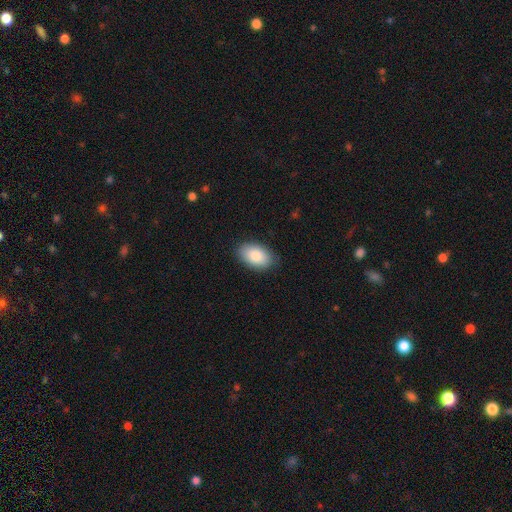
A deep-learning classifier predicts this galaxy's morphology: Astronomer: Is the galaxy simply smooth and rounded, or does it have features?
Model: smooth — 85%.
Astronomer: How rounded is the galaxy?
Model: in between — 92%.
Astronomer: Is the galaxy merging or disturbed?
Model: none — 86%.